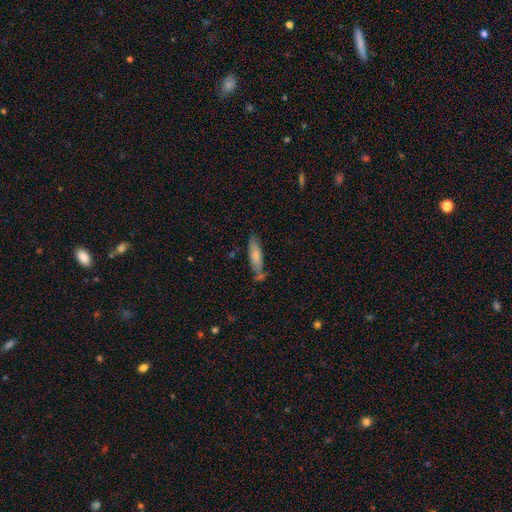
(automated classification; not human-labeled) smooth_or_featured: smooth (p=0.72) [alt: featured or disk p=0.22]
how_rounded: cigar-shaped (p=0.64) [alt: in between p=0.34]
merging: none (p=0.64) [alt: minor disturbance p=0.22]